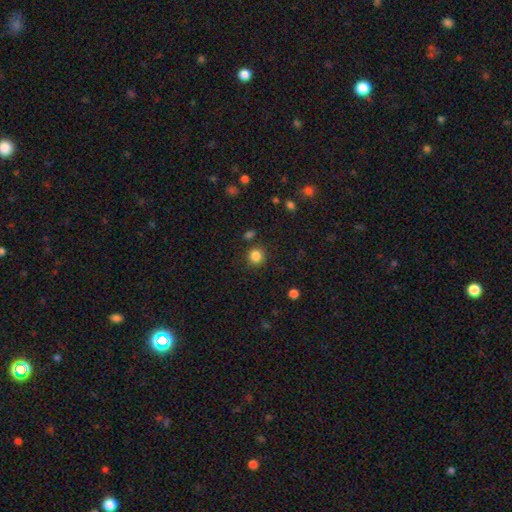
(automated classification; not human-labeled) smooth 85%, star or artifact 11%, featured or disk 4%. Down the decision tree: how rounded — round (91%); merging — none (87%).